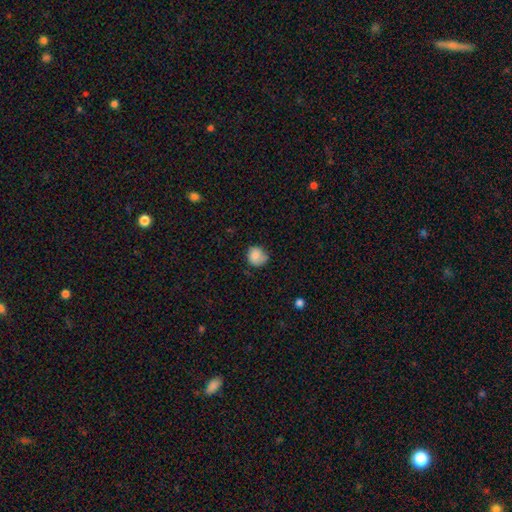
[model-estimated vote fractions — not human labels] Smooth or featured: smooth — 82% (featured or disk — 10%)
How rounded: round — 79% (in between — 20%)
Merging: none — 58% (minor disturbance — 30%)